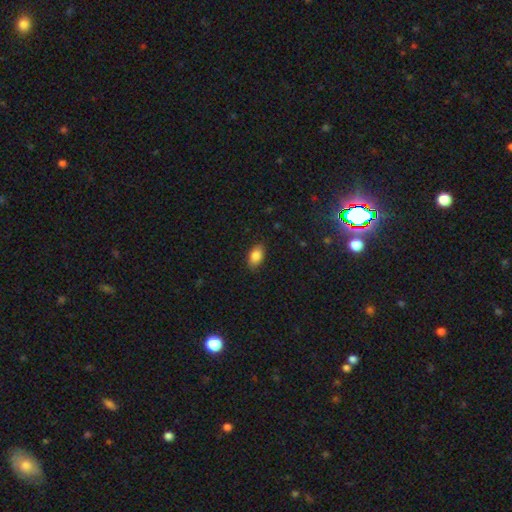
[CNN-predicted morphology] smooth_or_featured: smooth (p=0.86) [alt: star or artifact p=0.08]
how_rounded: in between (p=0.90) [alt: round p=0.08]
merging: none (p=0.86) [alt: minor disturbance p=0.10]